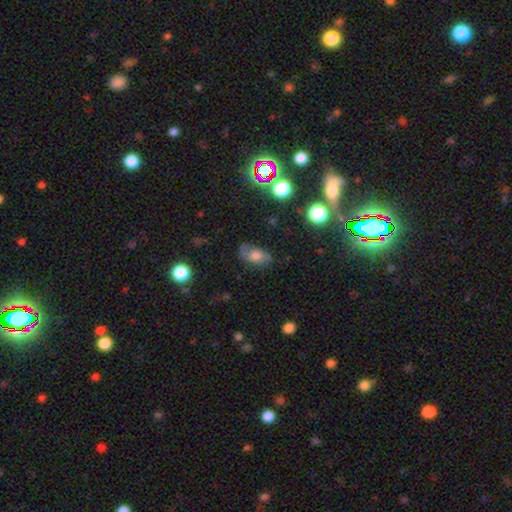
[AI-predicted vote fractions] The model was most divided on "smooth or featured": smooth: 53%, featured or disk: 34%, star or artifact: 13%. More confident: how rounded — in between (86%); merging — none (63%).